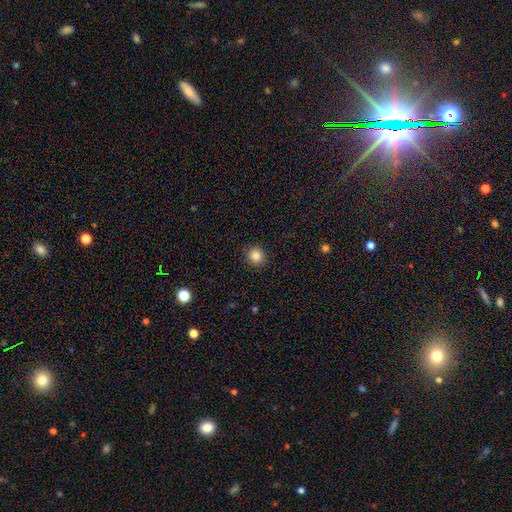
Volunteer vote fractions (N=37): Morphology: type=smooth (100%); roundness=round (92%); merging=none (92%).